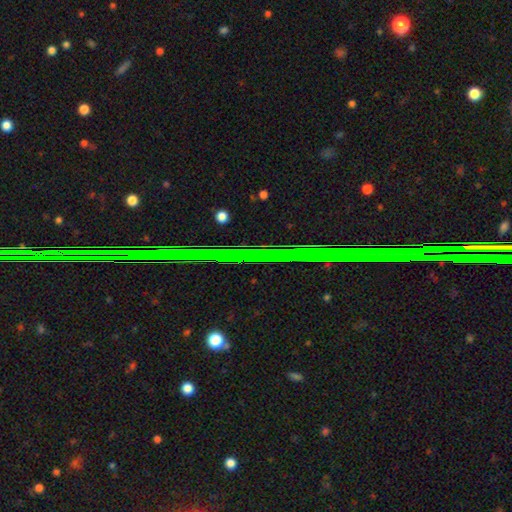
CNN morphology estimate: Smooth or featured? Predicted: star or artifact (p=0.81).